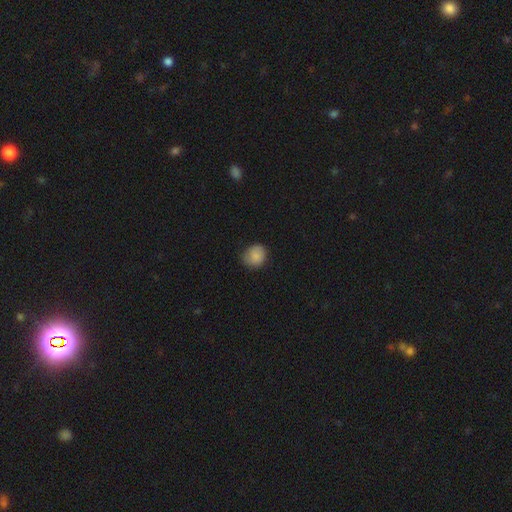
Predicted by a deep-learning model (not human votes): Smooth or featured: smooth — 85% (star or artifact — 9%)
How rounded: round — 75% (in between — 24%)
Merging: none — 73% (minor disturbance — 22%)